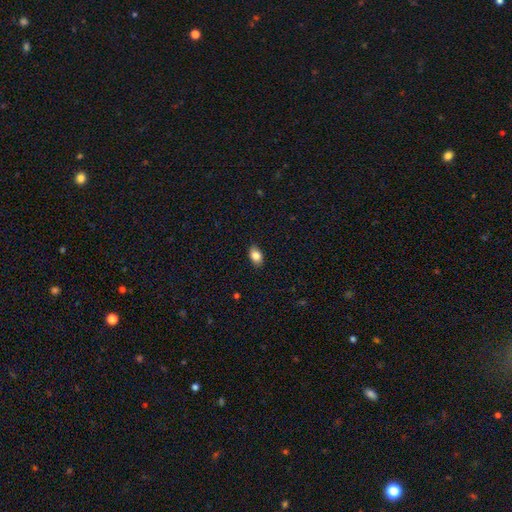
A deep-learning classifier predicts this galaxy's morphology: type=smooth (84%); roundness=in between (86%); merging=none (86%).